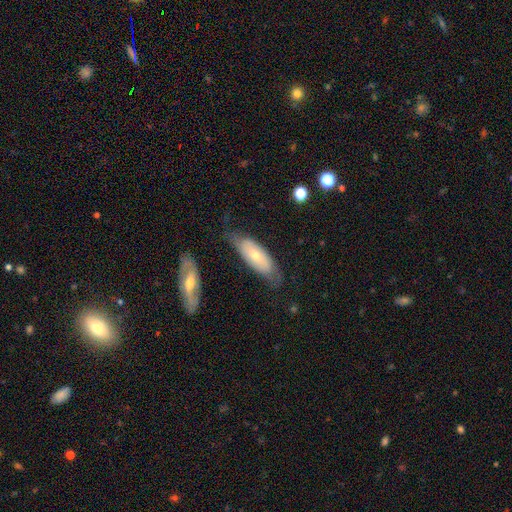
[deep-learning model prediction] smooth-or-featured: smooth: 51% | featured or disk: 43% | star or artifact: 7%
  how-rounded: in between: 71% | cigar-shaped: 26% | round: 2%
  merging: none: 61% | minor disturbance: 26% | major disturbance: 9% | merger: 4%